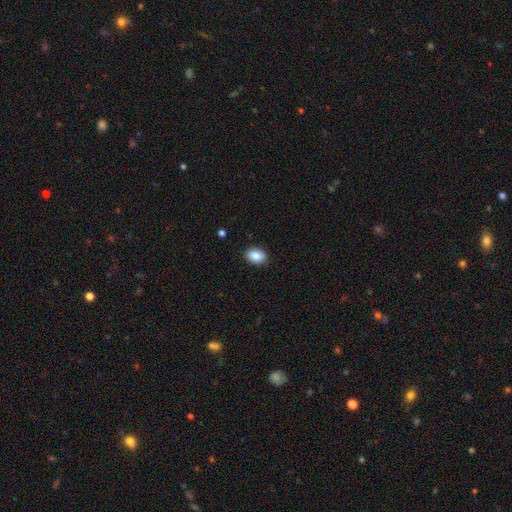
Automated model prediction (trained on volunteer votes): Q: Smooth or featured?
A: smooth (87%); runner-up: star or artifact (8%)
Q: How rounded?
A: in between (80%); runner-up: round (19%)
Q: Merging?
A: none (89%); runner-up: minor disturbance (8%)